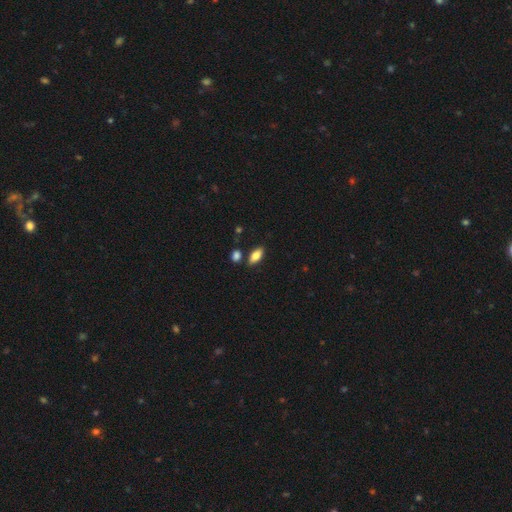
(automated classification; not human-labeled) This is likely a smooth galaxy (80%). How rounded: clearly in between (86%). Merging: clearly none (81%).